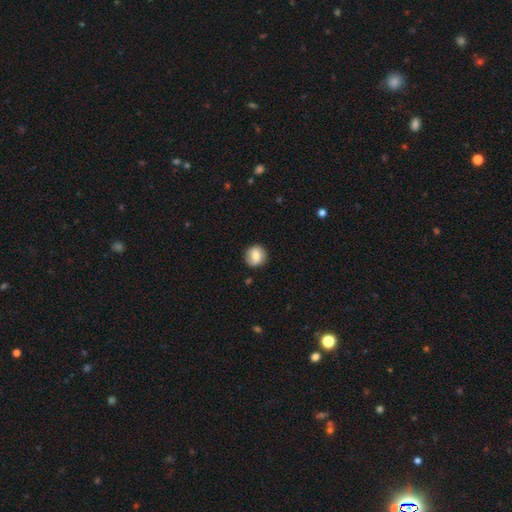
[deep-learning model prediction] smooth 75%, featured or disk 17%, star or artifact 8%. Down the decision tree: how rounded — round (89%); merging — none (88%).